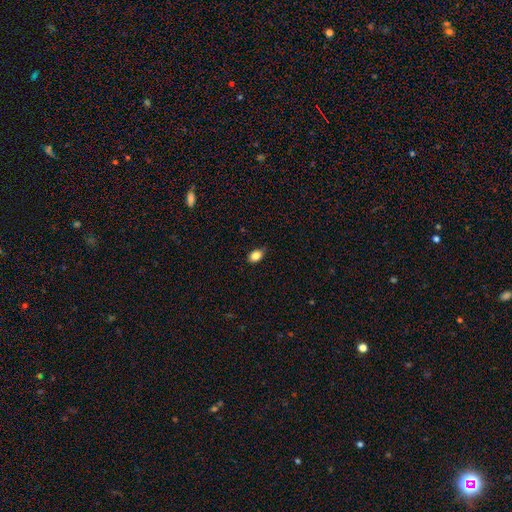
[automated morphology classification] Smooth or featured? smooth (85%)
How rounded? in between (82%)
Merging? none (78%)